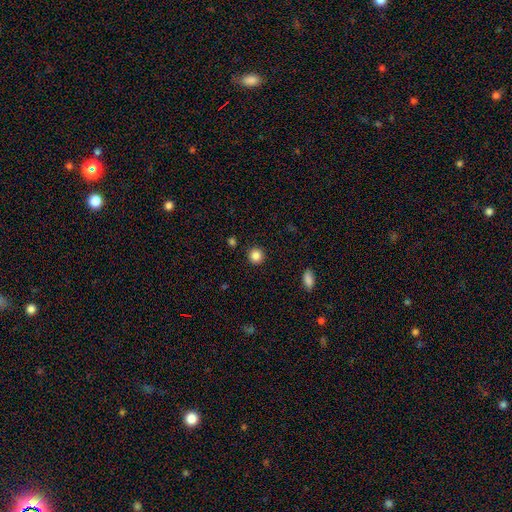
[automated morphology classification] Smooth or featured? Predicted: smooth (p=0.85). How rounded? Predicted: round (p=0.94). Merging? Predicted: none (p=0.92).